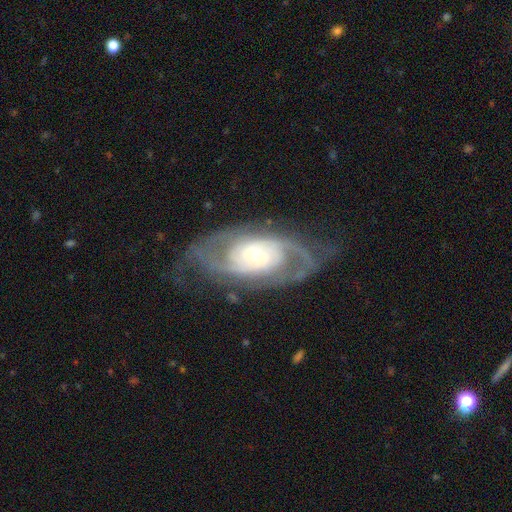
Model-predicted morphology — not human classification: A featured or disk galaxy (88%) with no bar (74%), 2 (64%) tight (49%) spiral arms (95%) and a moderate central bulge (47%).

Vote fractions:
- Smooth or featured? featured or disk: 88% / smooth: 7% / star or artifact: 5%
- Edge-on disk? no: 95% / yes: 5%
- Bar? no: 74% / weak: 19% / strong: 7%
- Spiral arms? yes: 95% / no: 5%
- Spiral winding? tight: 49% / medium: 37% / loose: 14%
- Spiral arm count? 2: 64% / can't tell: 16% / 3: 10% / 4: 4% / 1: 4% / more than 4: 3%
- Bulge size? moderate: 47% / small: 46% / large: 5% / dominant: 1% / none: 1%
- Merging? none: 68% / minor disturbance: 17% / major disturbance: 14% / merger: 2%